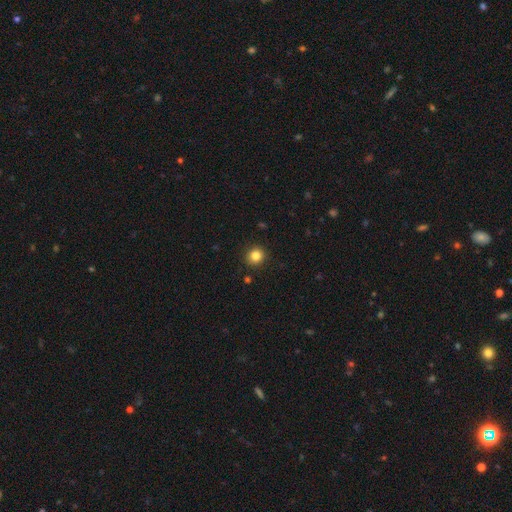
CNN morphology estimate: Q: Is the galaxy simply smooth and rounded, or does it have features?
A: smooth — 83%.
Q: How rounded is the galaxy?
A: round — 90%.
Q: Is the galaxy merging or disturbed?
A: none — 91%.